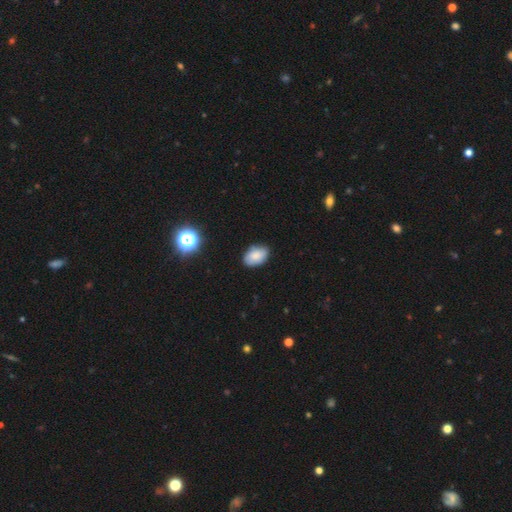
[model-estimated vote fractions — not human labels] Morphology: type=smooth (80%); roundness=in between (88%); merging=none (81%).